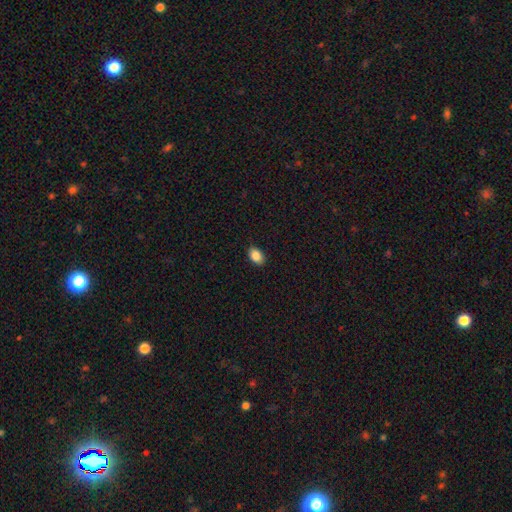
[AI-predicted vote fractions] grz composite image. It shows a smooth galaxy with no disk features (88%) that is in between round and cigar-shaped (87%). Merging: none (90%).